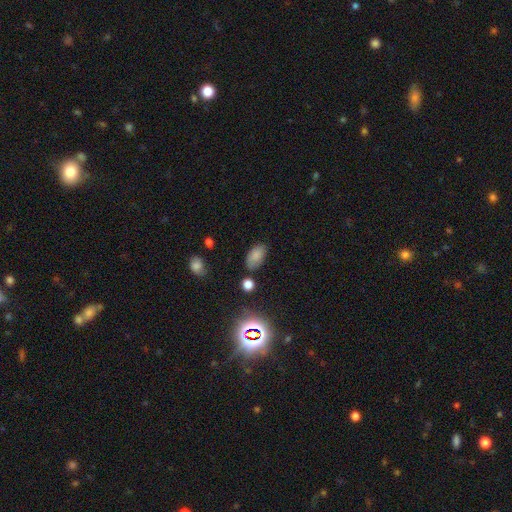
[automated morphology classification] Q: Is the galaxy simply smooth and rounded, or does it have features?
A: smooth — 79%.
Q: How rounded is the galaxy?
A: in between — 93%.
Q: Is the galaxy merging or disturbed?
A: none — 76%.